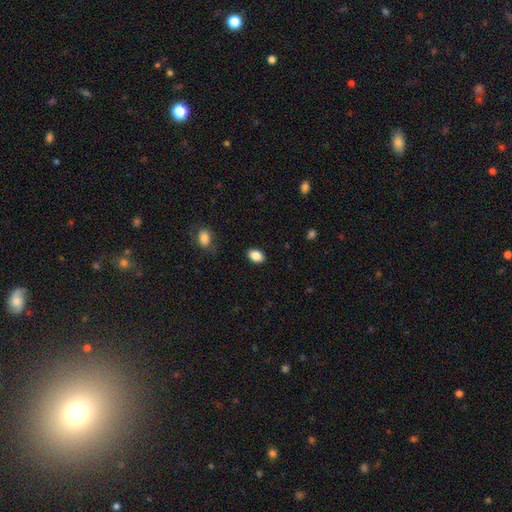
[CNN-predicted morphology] This is clearly a smooth galaxy (88%). How rounded: clearly in between (85%). Merging: clearly none (87%).